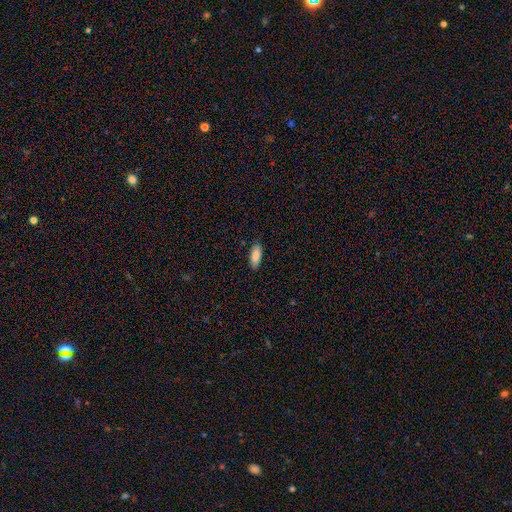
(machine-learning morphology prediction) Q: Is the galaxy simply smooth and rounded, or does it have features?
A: smooth — 88%.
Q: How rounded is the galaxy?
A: in between — 77%.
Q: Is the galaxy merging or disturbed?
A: none — 85%.